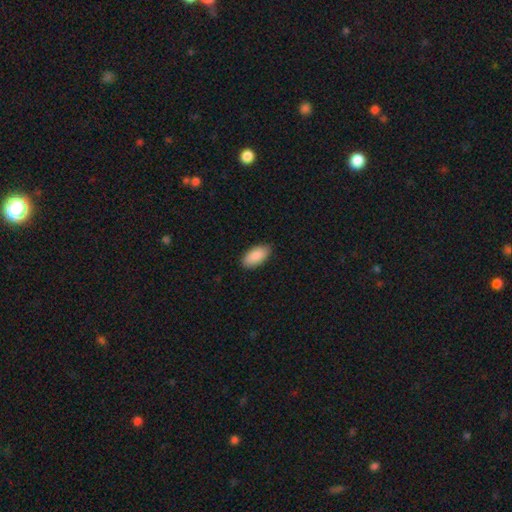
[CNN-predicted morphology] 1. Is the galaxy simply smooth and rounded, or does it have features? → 90% smooth, 6% star or artifact, 5% featured or disk.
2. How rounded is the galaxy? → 93% in between, 5% cigar-shaped, 2% round.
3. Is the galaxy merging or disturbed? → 85% none, 12% minor disturbance, 2% major disturbance, 1% merger.